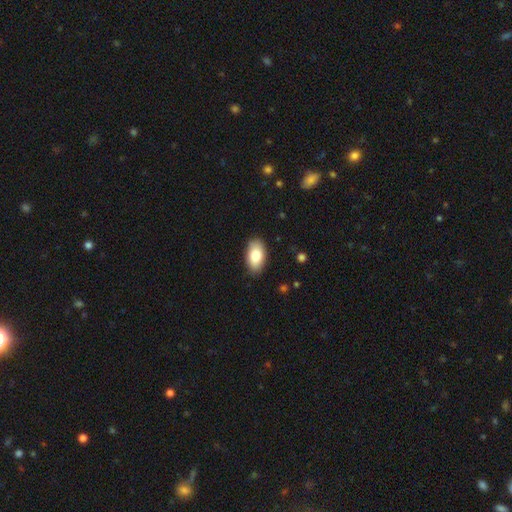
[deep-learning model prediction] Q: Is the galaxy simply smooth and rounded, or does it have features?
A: smooth — 83%.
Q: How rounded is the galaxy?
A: in between — 94%.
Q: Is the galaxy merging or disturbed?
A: none — 85%.